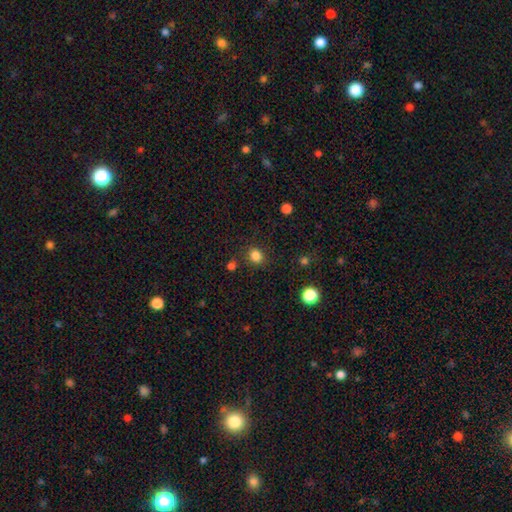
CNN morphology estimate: The model was most divided on "how rounded": round: 71%, in between: 28%, cigar-shaped: 1%. More confident: merging — none (84%); smooth or featured — smooth (84%).